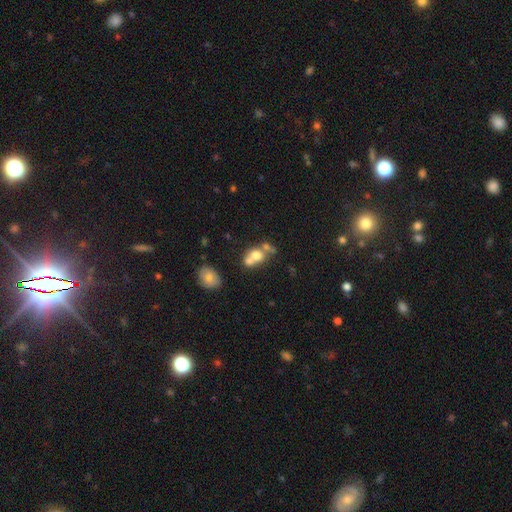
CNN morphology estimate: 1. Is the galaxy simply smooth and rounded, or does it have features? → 65% smooth, 24% featured or disk, 11% star or artifact.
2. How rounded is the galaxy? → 54% round, 44% in between, 2% cigar-shaped.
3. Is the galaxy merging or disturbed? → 59% merger, 27% none, 9% minor disturbance, 6% major disturbance.